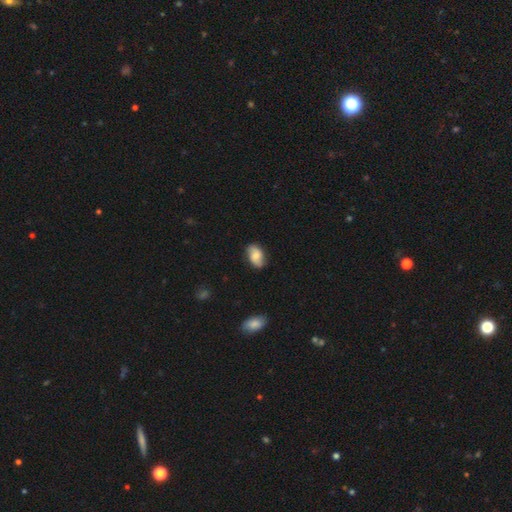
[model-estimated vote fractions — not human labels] Smooth or featured? smooth (64%)
How rounded? in between (91%)
Merging? none (79%)